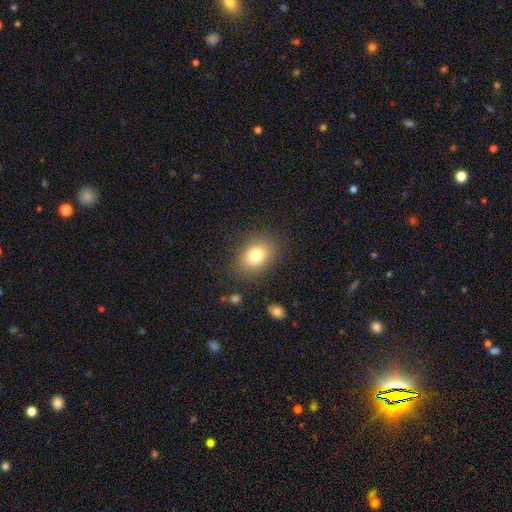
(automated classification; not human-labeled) This is likely a smooth galaxy (79%). How rounded: likely in between (68%). Merging: clearly none (84%).